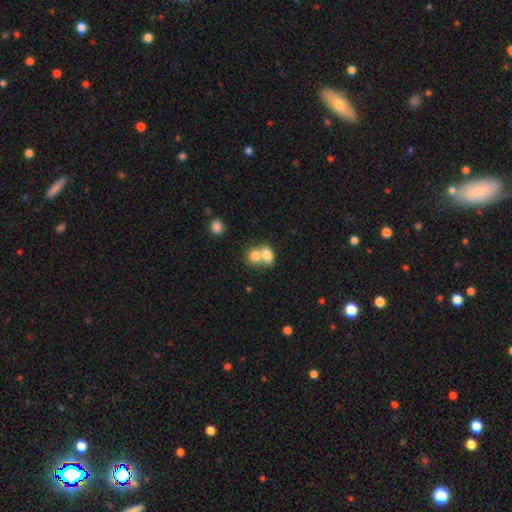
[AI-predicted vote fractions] Smooth or featured?
  - smooth: 78% *
  - featured or disk: 14%
  - star or artifact: 9%
How rounded?
  - in between: 61% *
  - round: 37%
  - cigar-shaped: 2%
Merging?
  - merger: 66% *
  - none: 24%
  - minor disturbance: 6%
  - major disturbance: 3%